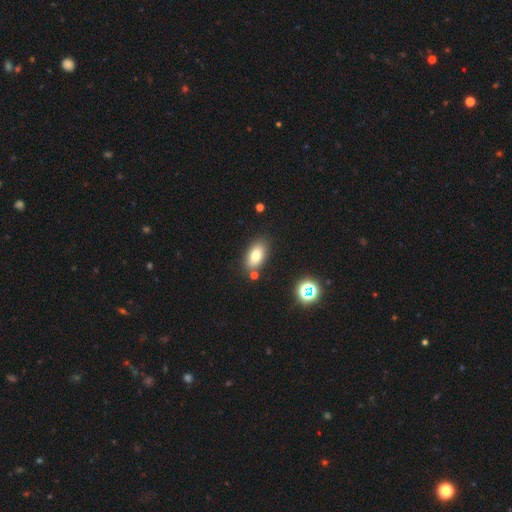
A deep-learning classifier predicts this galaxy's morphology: smooth_or_featured: smooth (p=0.79) [alt: featured or disk p=0.11]
how_rounded: in between (p=0.91) [alt: round p=0.06]
merging: none (p=0.80) [alt: minor disturbance p=0.11]